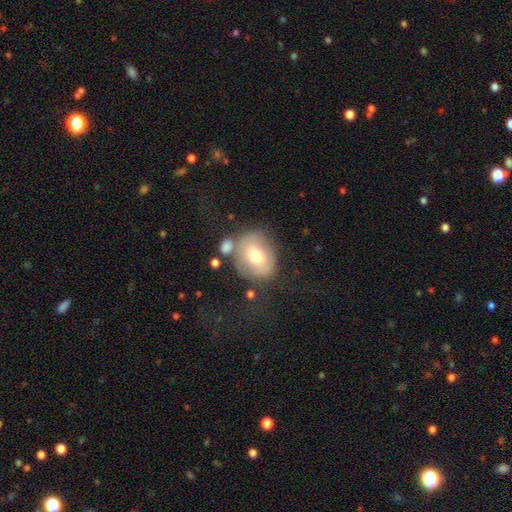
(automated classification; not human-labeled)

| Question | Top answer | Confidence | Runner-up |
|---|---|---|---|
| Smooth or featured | smooth | 63% | featured or disk (28%) |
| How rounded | round | 60% | in between (39%) |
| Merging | none | 56% | minor disturbance (19%) |